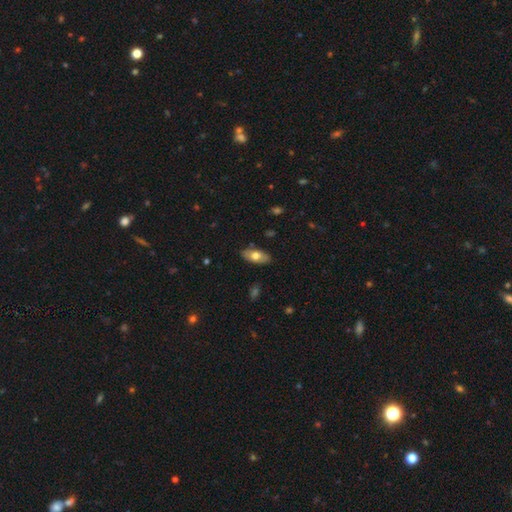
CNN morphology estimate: Smooth or featured: smooth — 66% (featured or disk — 28%)
How rounded: in between — 89% (cigar-shaped — 7%)
Merging: none — 85% (minor disturbance — 11%)